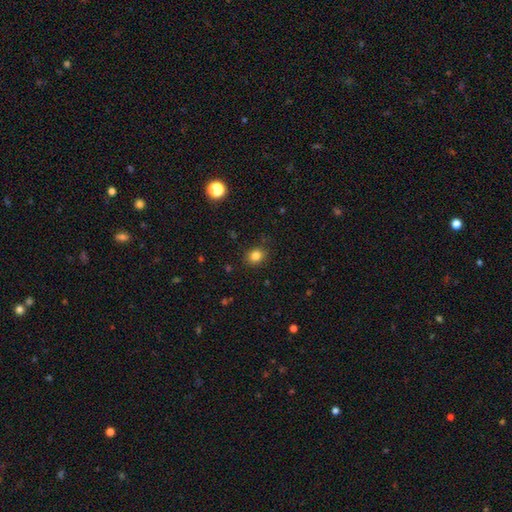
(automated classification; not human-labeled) Smooth or featured? Predicted: smooth (p=0.82). How rounded? Predicted: round (p=0.65). Merging? Predicted: none (p=0.86).